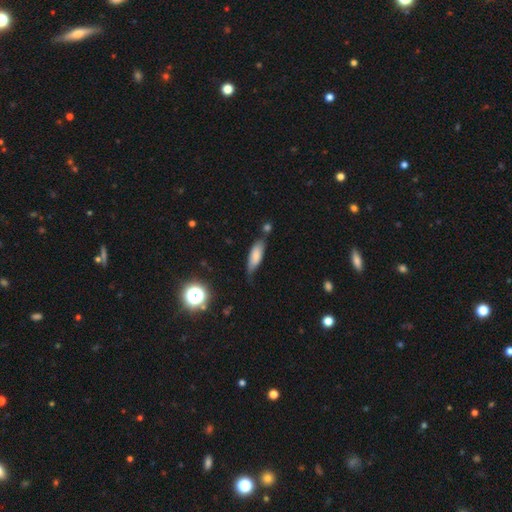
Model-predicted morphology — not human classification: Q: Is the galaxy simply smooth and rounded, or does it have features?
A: smooth — 74%.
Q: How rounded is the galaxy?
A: in between — 55%.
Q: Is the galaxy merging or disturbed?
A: none — 58%.